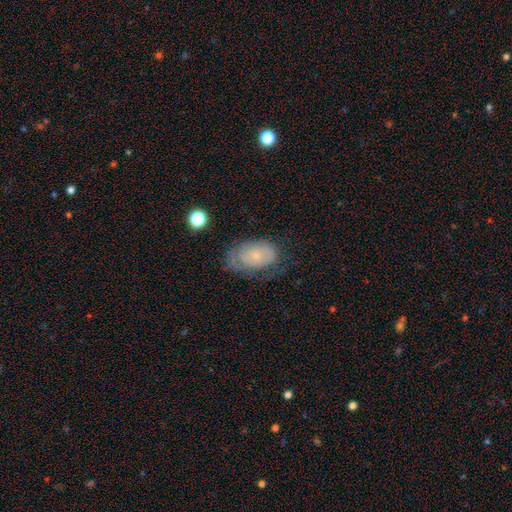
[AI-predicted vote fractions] The model was most divided on "smooth or featured": smooth: 50%, featured or disk: 42%, star or artifact: 8%. More confident: how rounded — in between (87%); merging — none (51%).